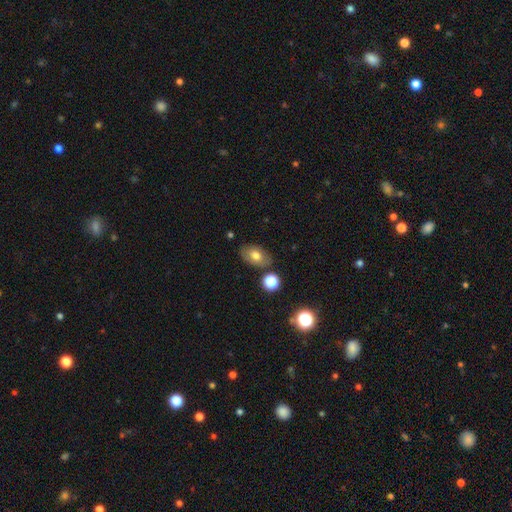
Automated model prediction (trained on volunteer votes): smooth_or_featured: smooth (p=0.71) [alt: featured or disk p=0.19]
how_rounded: in between (p=0.86) [alt: round p=0.12]
merging: none (p=0.76) [alt: minor disturbance p=0.15]